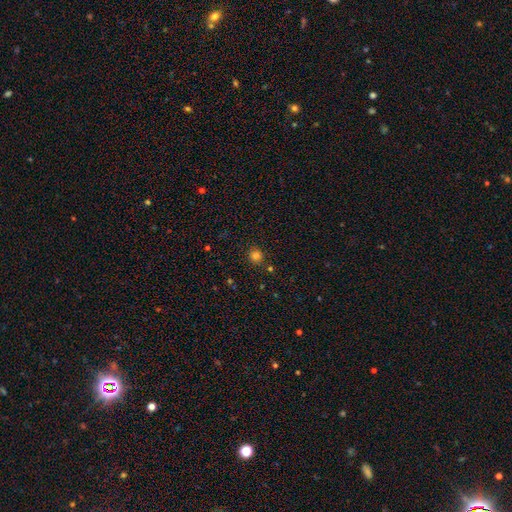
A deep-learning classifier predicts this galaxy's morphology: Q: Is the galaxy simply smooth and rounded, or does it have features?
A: smooth — 80%.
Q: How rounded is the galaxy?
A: round — 90%.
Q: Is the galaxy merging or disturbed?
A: none — 88%.